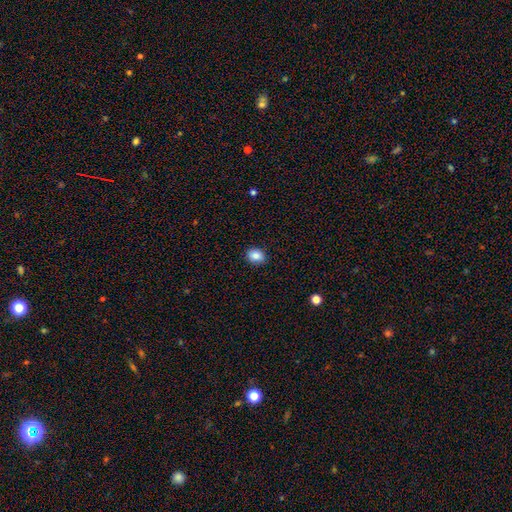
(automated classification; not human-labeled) Q: Smooth or featured?
A: smooth (86%); runner-up: star or artifact (9%)
Q: How rounded?
A: round (50%); runner-up: in between (49%)
Q: Merging?
A: none (89%); runner-up: minor disturbance (8%)